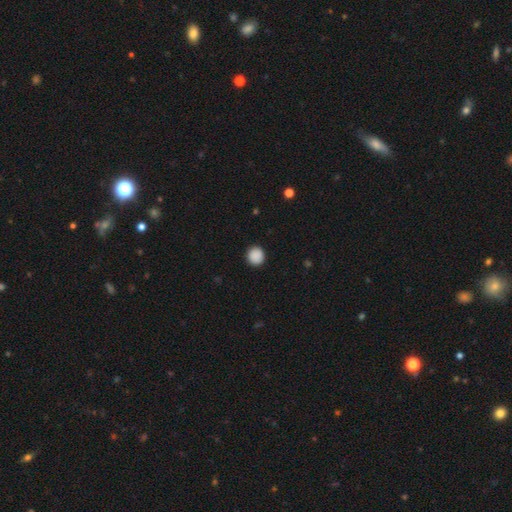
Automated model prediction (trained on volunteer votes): smooth 90%, star or artifact 8%, featured or disk 2%. Down the decision tree: how rounded — round (92%); merging — none (92%).